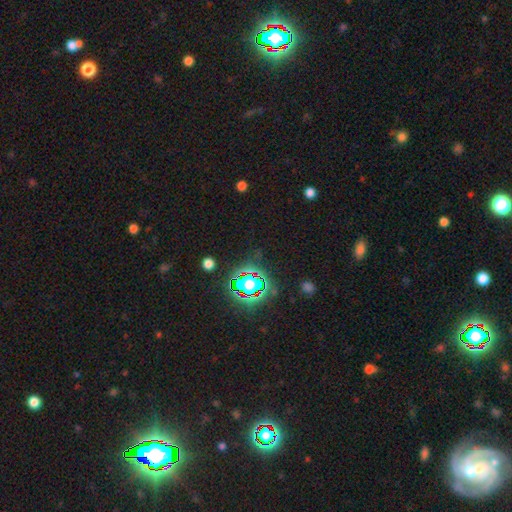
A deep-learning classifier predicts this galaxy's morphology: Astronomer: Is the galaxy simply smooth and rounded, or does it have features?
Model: star or artifact — 76%.